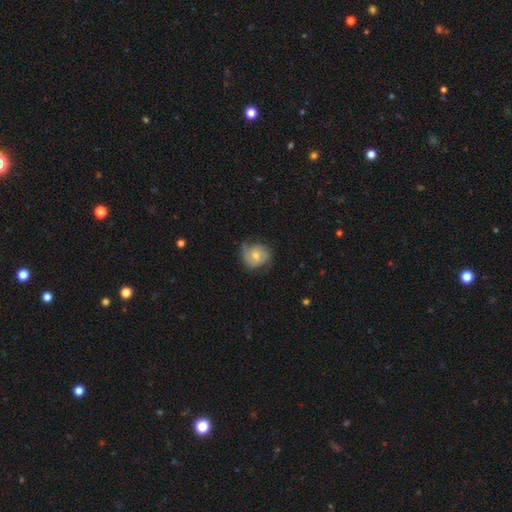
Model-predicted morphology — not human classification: Smooth or featured?
  - featured or disk: 56% *
  - smooth: 37%
  - star or artifact: 7%
Edge-on disk?
  - no: 97% *
  - yes: 3%
Bar?
  - no: 69% *
  - weak: 26%
  - strong: 5%
Spiral arms?
  - yes: 86% *
  - no: 14%
Bulge size?
  - moderate: 58% *
  - small: 36%
  - large: 3%
  - none: 2%
  - dominant: 1%
Merging?
  - none: 60% *
  - minor disturbance: 28%
  - major disturbance: 11%
  - merger: 1%